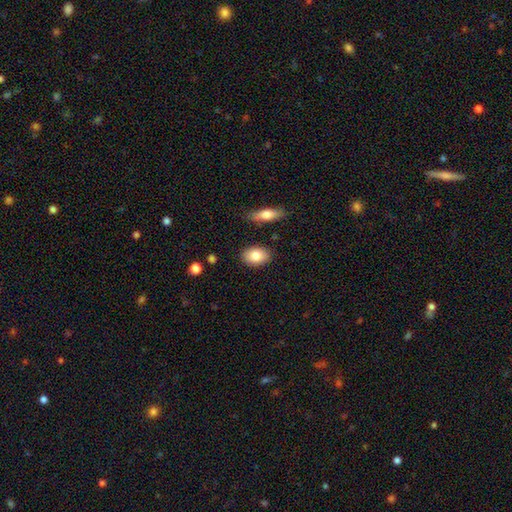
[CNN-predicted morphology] Smooth or featured? Predicted: smooth (p=0.83). How rounded? Predicted: in between (p=0.85). Merging? Predicted: none (p=0.86).